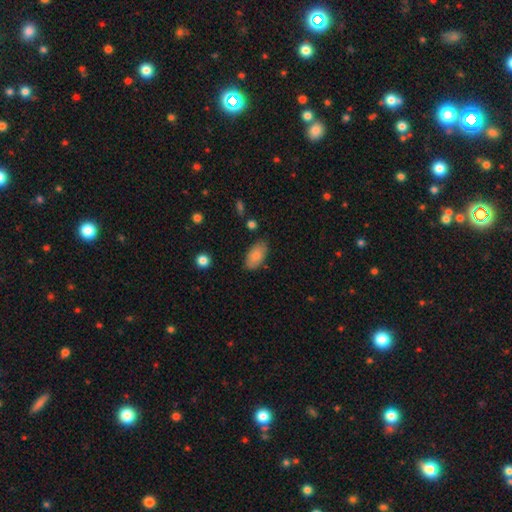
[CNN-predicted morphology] Smooth or featured?
  - smooth: 85% *
  - featured or disk: 9%
  - star or artifact: 6%
How rounded?
  - in between: 94% *
  - round: 3%
  - cigar-shaped: 3%
Merging?
  - none: 80% *
  - minor disturbance: 15%
  - major disturbance: 3%
  - merger: 2%